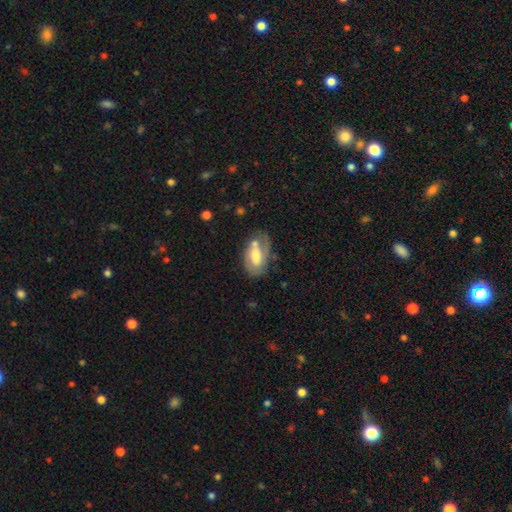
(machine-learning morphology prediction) smooth-or-featured: featured or disk: 52% | smooth: 41% | star or artifact: 6%
  disk-edge-on: no: 92% | yes: 8%
  merging: none: 54% | minor disturbance: 25% | major disturbance: 11% | merger: 10%